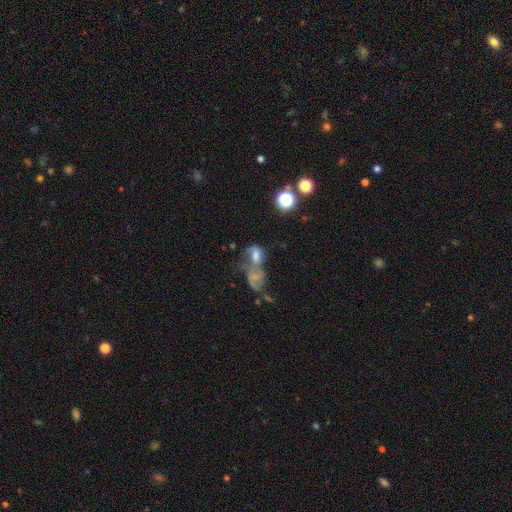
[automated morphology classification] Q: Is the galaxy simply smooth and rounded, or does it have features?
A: smooth — 49%.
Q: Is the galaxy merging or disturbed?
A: merger — 65%.